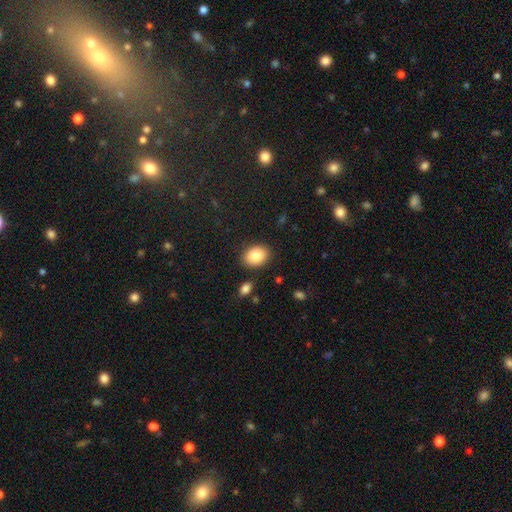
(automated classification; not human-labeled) smooth_or_featured: smooth (p=0.87) [alt: star or artifact p=0.07]
how_rounded: in between (p=0.72) [alt: round p=0.27]
merging: none (p=0.86) [alt: minor disturbance p=0.09]